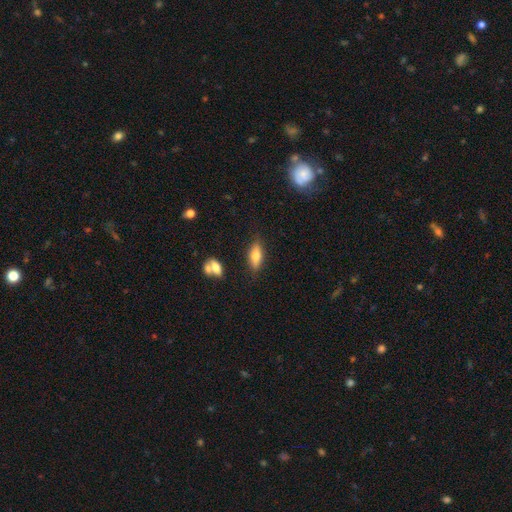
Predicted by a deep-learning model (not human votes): The model was most divided on "how rounded": in between: 67%, cigar-shaped: 30%, round: 3%. More confident: merging — none (81%); smooth or featured — smooth (67%).